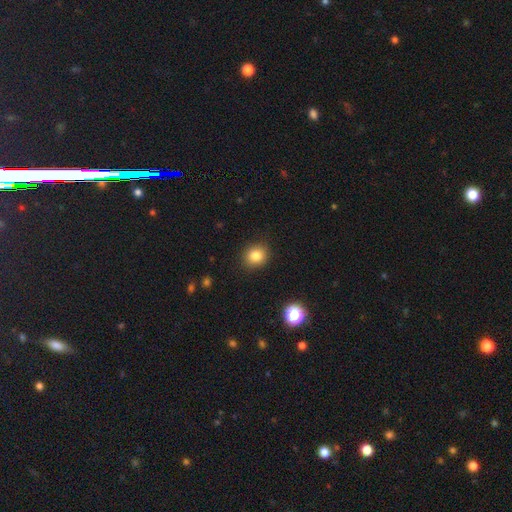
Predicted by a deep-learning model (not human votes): This appears to be a smooth galaxy with no disk features (83%) that is round (75%). Merging: none (89%).